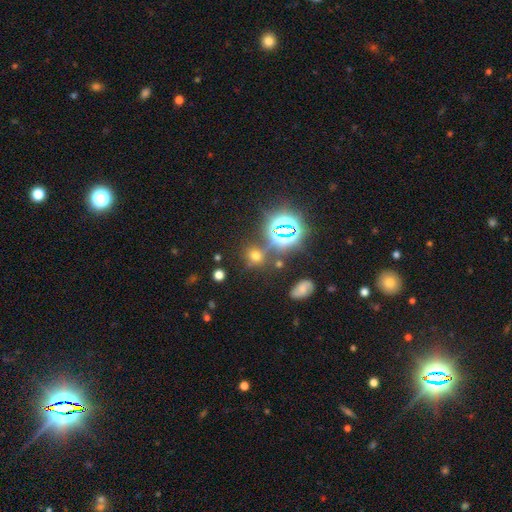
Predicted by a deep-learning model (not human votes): smooth-or-featured: smooth: 51% | star or artifact: 40% | featured or disk: 9%
  how-rounded: round: 76% | in between: 23% | cigar-shaped: 2%
  merging: none: 73% | minor disturbance: 12% | merger: 9% | major disturbance: 6%